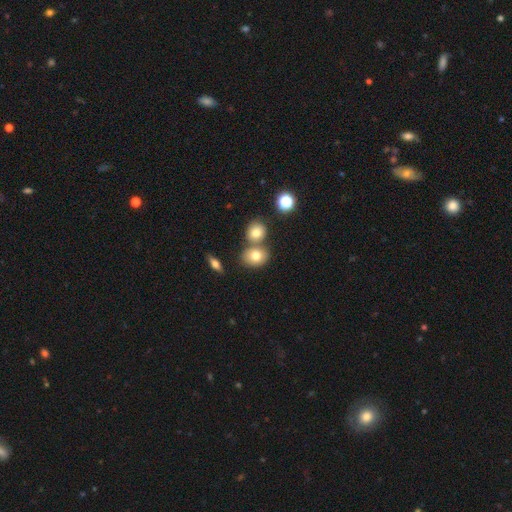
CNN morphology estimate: This appears to be a smooth galaxy with no disk features (75%) that is round (51%). Merging: none (54%).